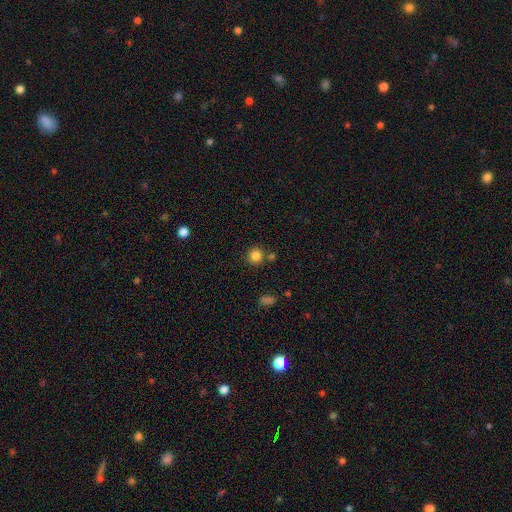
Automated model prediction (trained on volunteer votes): Overall: smooth (83%). How rounded: round (92%). Merging: none (79%).